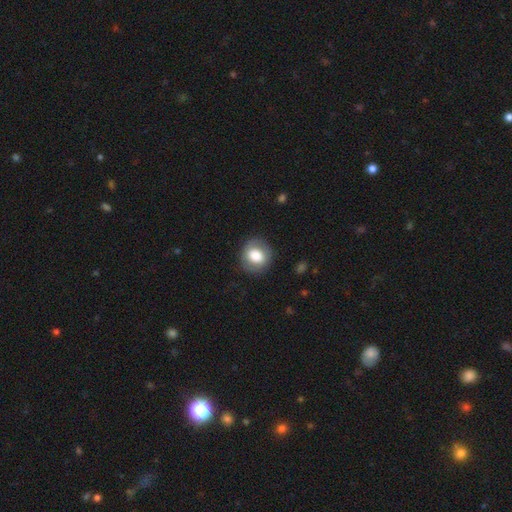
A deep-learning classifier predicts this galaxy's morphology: Overall: smooth (70%). How rounded: round (78%). Merging: none (84%).